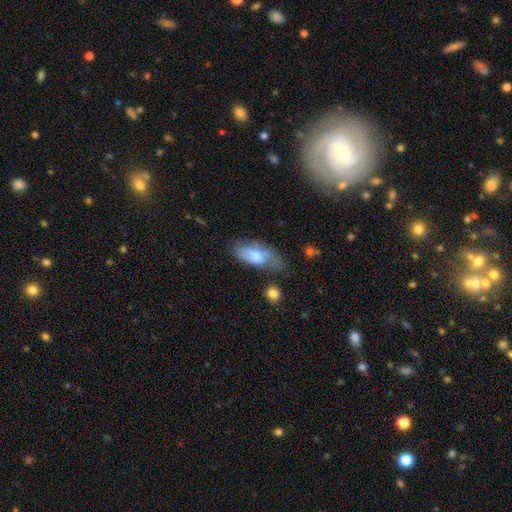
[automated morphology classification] This appears to be a smooth galaxy with no disk features (67%) that is in between round and cigar-shaped (86%). Merging: none (49%).